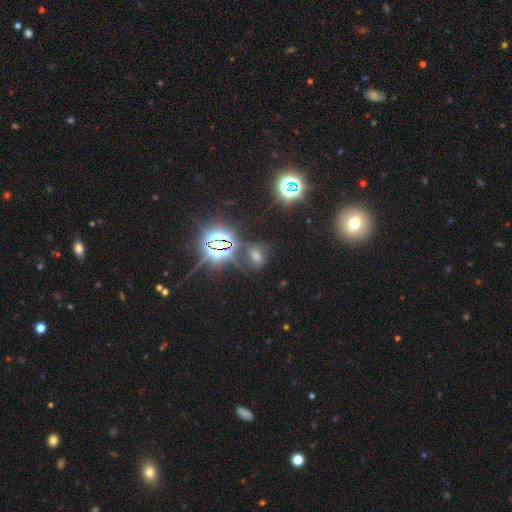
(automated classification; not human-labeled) Overall: star or artifact (61%; smooth 24%).